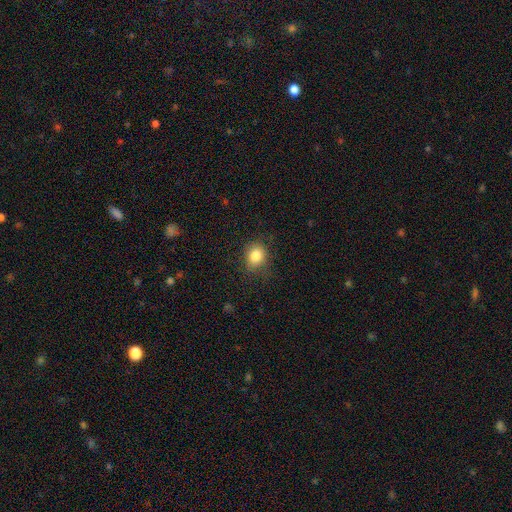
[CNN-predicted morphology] The model was most divided on "how rounded": round: 63%, in between: 36%, cigar-shaped: 1%. More confident: smooth or featured — smooth (83%); merging — none (79%).